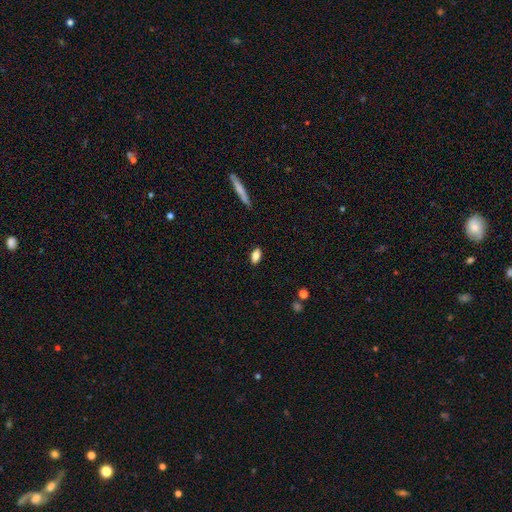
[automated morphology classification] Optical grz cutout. It shows a smooth galaxy with no disk features (81%) that is in between round and cigar-shaped (84%). Merging: none (88%).